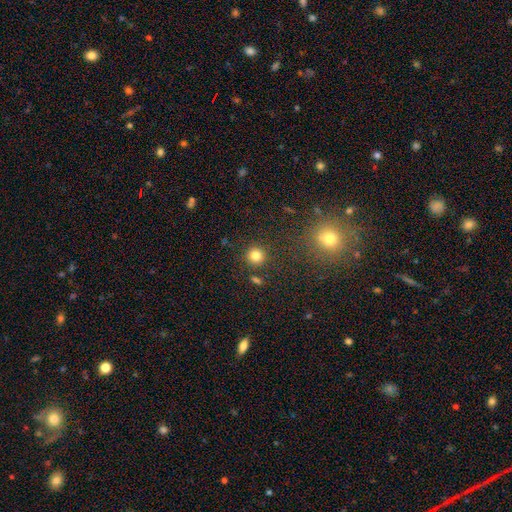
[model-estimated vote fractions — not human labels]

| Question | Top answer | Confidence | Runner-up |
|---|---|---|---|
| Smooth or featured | smooth | 81% | star or artifact (13%) |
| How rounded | round | 93% | in between (6%) |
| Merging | none | 86% | minor disturbance (7%) |